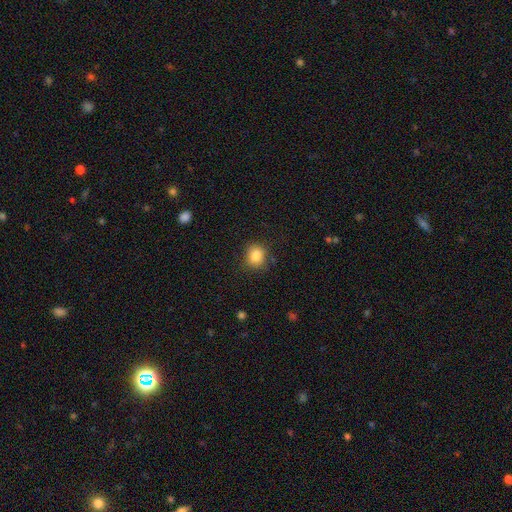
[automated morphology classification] This is clearly a smooth galaxy (84%). How rounded: likely round (79%). Merging: clearly none (84%).